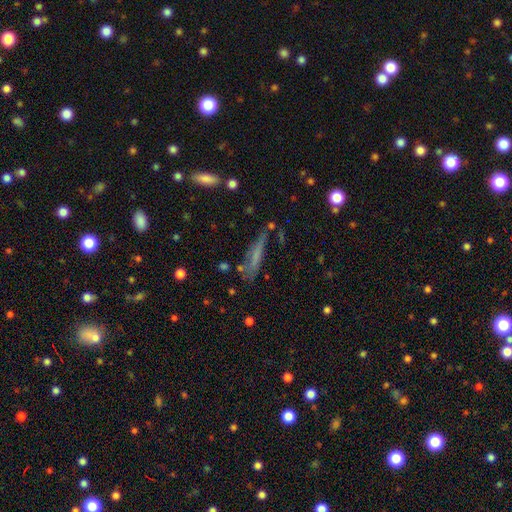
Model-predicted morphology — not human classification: smooth 55%, featured or disk 33%, star or artifact 12%. Down the decision tree: how rounded — cigar-shaped (83%); merging — none (61%).